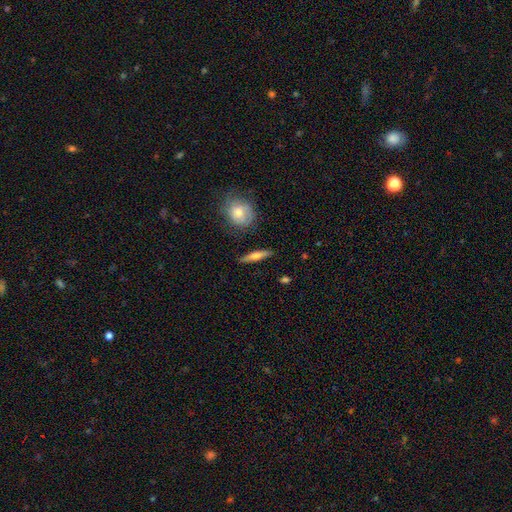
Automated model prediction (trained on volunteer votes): A smooth galaxy with no disk features (53%) that is cigar-shaped (78%).

Vote fractions:
- Smooth or featured? smooth: 53% / featured or disk: 41% / star or artifact: 6%
- How rounded? cigar-shaped: 78% / in between: 18% / round: 4%
- Merging? none: 87% / minor disturbance: 9% / major disturbance: 2% / merger: 2%